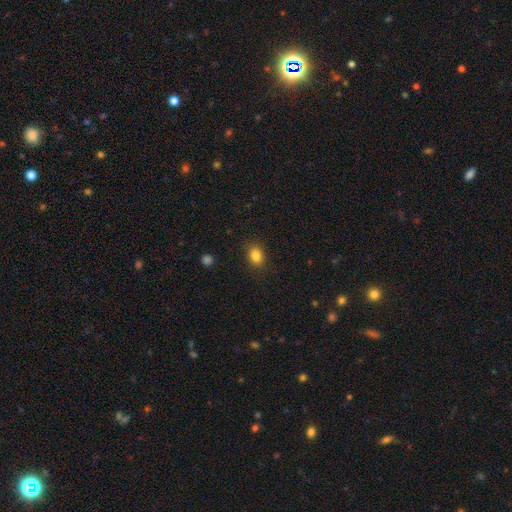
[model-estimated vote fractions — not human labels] Q: Smooth or featured?
A: smooth (85%); runner-up: star or artifact (10%)
Q: How rounded?
A: in between (65%); runner-up: round (34%)
Q: Merging?
A: none (87%); runner-up: minor disturbance (9%)